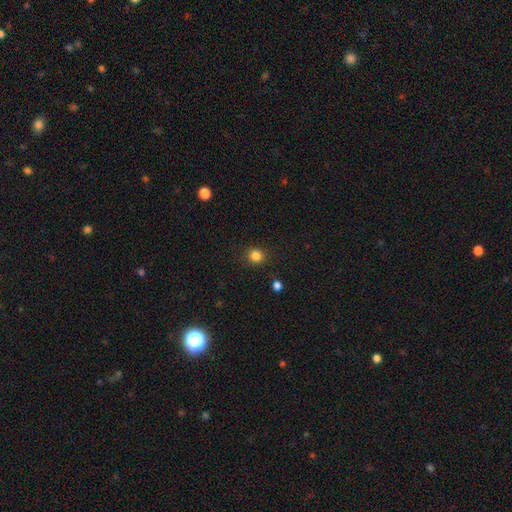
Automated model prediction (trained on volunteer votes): A smooth galaxy with no disk features (84%) that is round (87%). Merging: none (89%).